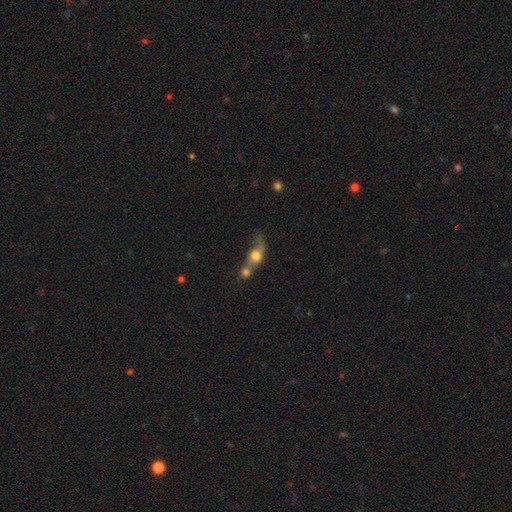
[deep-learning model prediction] This appears to be a smooth galaxy with no disk features (57%) that is round (49%). Merging: merger (65%).